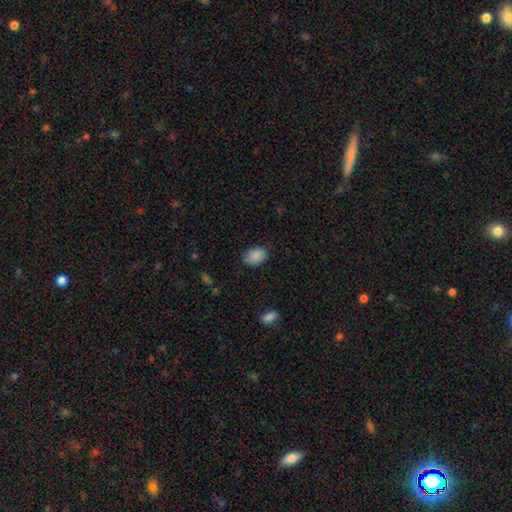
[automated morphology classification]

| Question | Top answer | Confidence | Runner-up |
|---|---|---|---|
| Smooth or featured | smooth | 88% | star or artifact (8%) |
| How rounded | in between | 82% | round (17%) |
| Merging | none | 77% | minor disturbance (18%) |